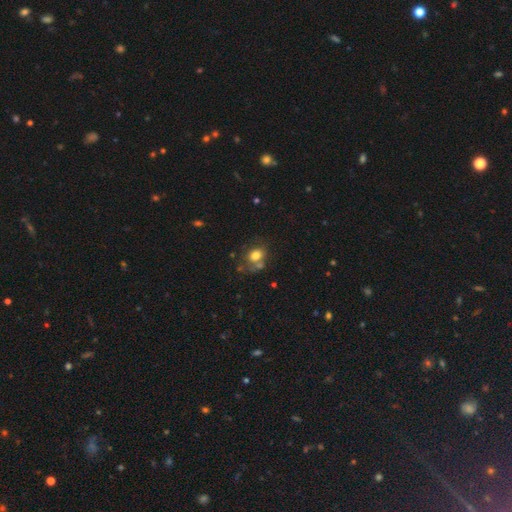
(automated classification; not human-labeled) Smooth or featured? Predicted: smooth (p=0.72). How rounded? Predicted: in between (p=0.54). Merging? Predicted: none (p=0.49).